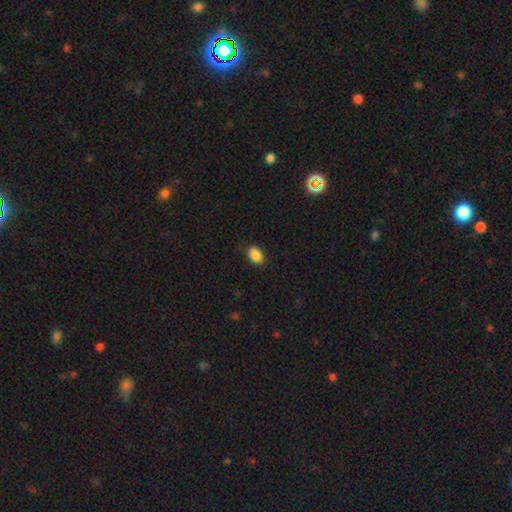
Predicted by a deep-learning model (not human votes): Q: Smooth or featured?
A: smooth (87%); runner-up: star or artifact (9%)
Q: How rounded?
A: in between (76%); runner-up: round (22%)
Q: Merging?
A: none (82%); runner-up: minor disturbance (14%)